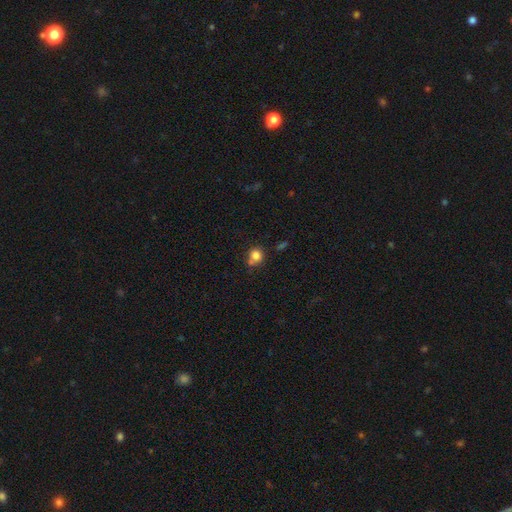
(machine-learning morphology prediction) A smooth galaxy with no disk features (79%) that is round (82%). Merging: none (57%).